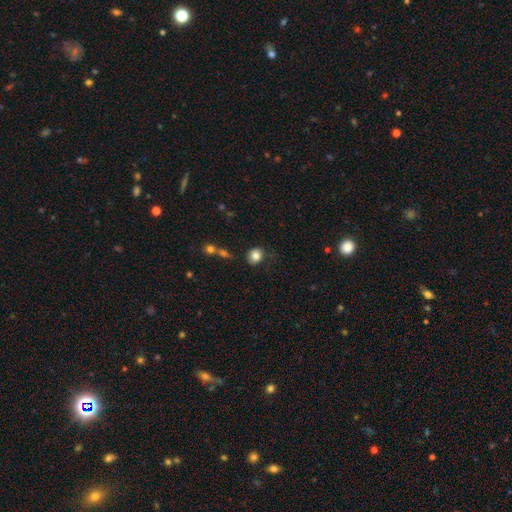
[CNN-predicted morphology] smooth_or_featured: smooth (p=0.82) [alt: star or artifact p=0.10]
how_rounded: round (p=0.70) [alt: in between p=0.29]
merging: none (p=0.71) [alt: minor disturbance p=0.19]